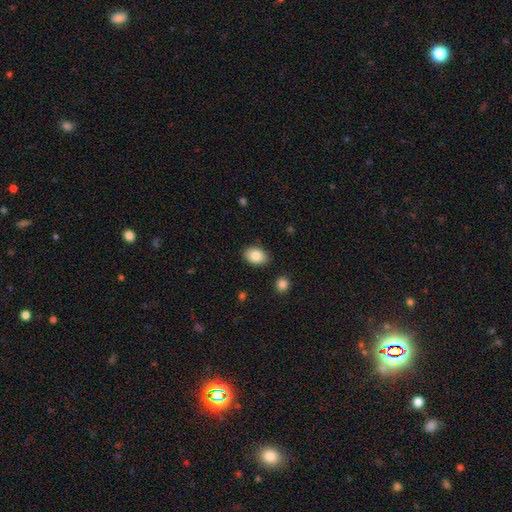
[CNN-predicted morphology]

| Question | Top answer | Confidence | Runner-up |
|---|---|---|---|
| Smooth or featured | smooth | 84% | featured or disk (8%) |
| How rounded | in between | 79% | round (19%) |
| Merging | none | 87% | minor disturbance (9%) |